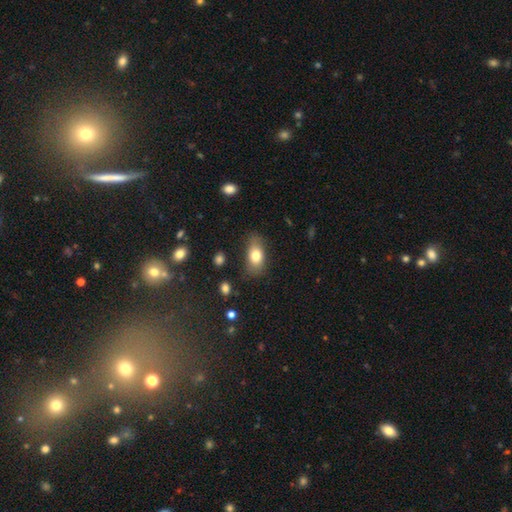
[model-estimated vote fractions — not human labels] Smooth or featured? smooth (78%)
How rounded? in between (88%)
Merging? none (71%)